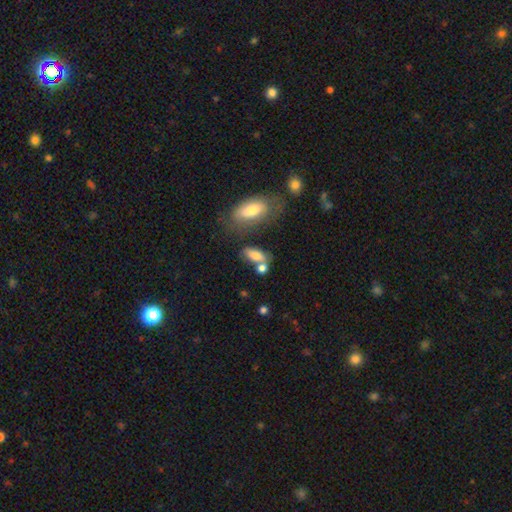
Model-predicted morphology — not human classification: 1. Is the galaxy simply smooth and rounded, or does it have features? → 74% smooth, 17% featured or disk, 9% star or artifact.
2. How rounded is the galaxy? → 80% in between, 13% cigar-shaped, 7% round.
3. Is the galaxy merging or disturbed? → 45% none, 30% merger, 17% minor disturbance, 8% major disturbance.